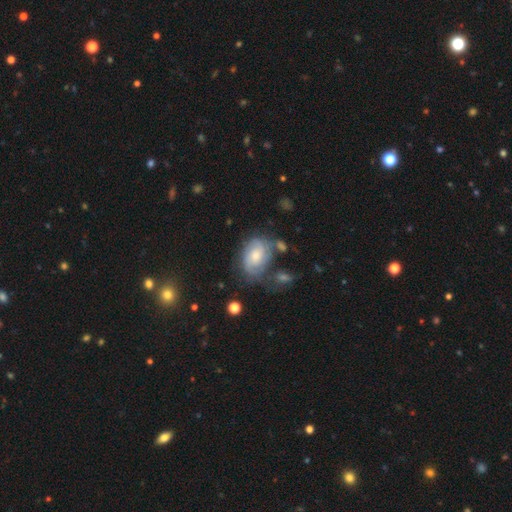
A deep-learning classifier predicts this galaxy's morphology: Smooth or featured? featured or disk (61%)
Edge-on disk? no (97%)
Bar? no (64%)
Spiral arms? yes (87%)
Spiral winding? tight (43%)
Spiral arm count? 2 (55%)
Bulge size? moderate (50%)
Merging? none (51%)